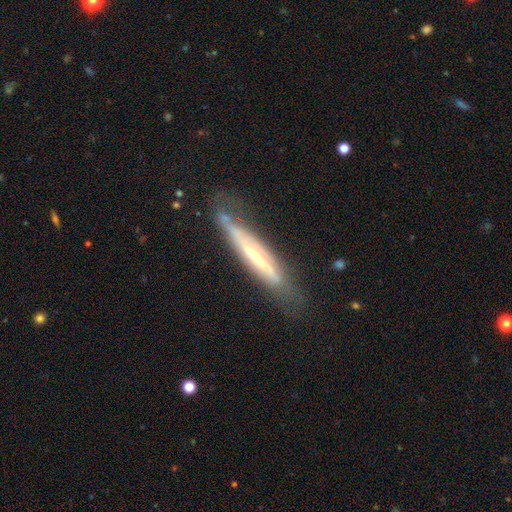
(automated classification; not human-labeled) Smooth or featured?
  - featured or disk: 71% *
  - smooth: 23%
  - star or artifact: 6%
Edge-on disk?
  - yes: 74% *
  - no: 26%
Edge-on bulge?
  - rounded: 63% *
  - none: 30%
  - boxy: 8%
Merging?
  - none: 61% *
  - minor disturbance: 26%
  - major disturbance: 10%
  - merger: 3%